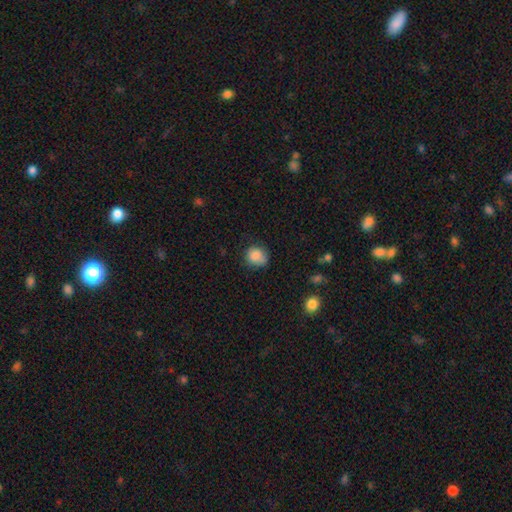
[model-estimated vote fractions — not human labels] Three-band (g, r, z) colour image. It shows a smooth galaxy with no disk features (85%) that is round (77%). Merging: none (65%).